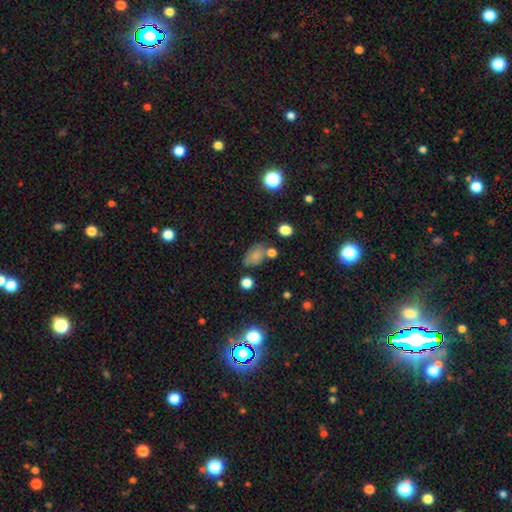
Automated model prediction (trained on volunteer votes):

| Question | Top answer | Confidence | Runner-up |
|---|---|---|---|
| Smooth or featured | smooth | 74% | star or artifact (14%) |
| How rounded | in between | 79% | round (19%) |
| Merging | none | 54% | minor disturbance (23%) |